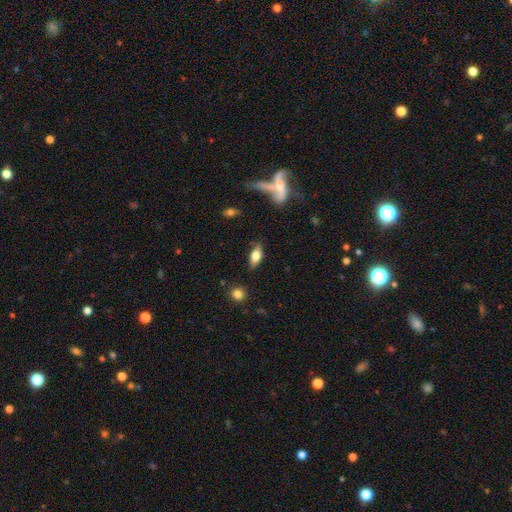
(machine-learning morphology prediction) type=smooth (68%); roundness=in between (81%); merging=none (79%).